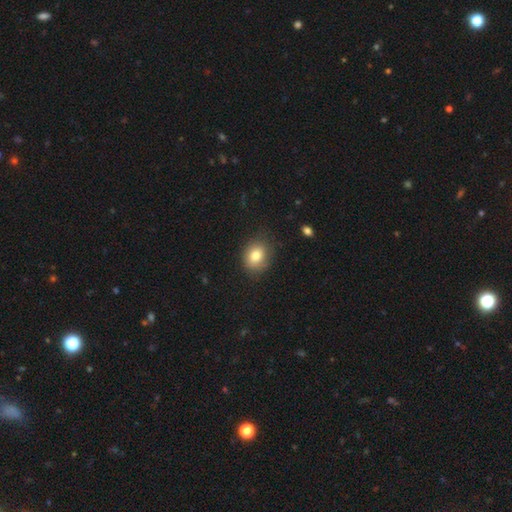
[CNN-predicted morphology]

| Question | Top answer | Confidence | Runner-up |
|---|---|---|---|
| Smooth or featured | smooth | 79% | featured or disk (11%) |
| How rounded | round | 53% | in between (46%) |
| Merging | none | 78% | minor disturbance (16%) |